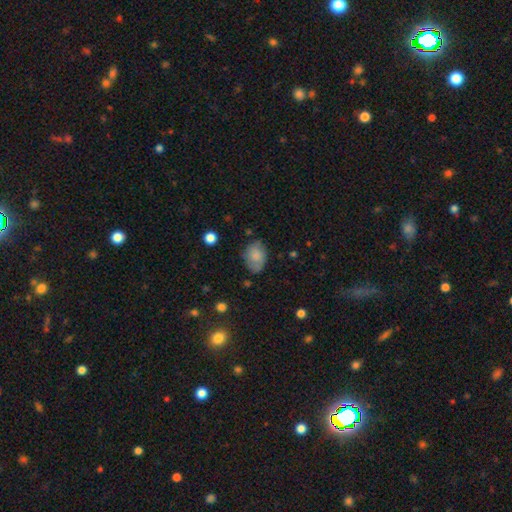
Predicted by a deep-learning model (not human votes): This appears to be a smooth galaxy with no disk features (75%) that is in between round and cigar-shaped (76%). Merging: none (64%).